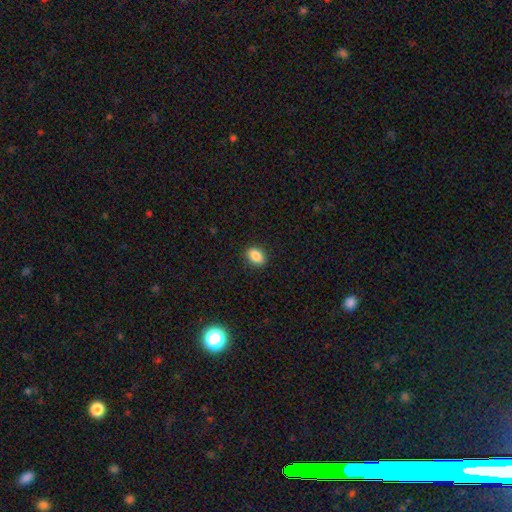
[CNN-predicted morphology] smooth_or_featured: smooth (p=0.87) [alt: star or artifact p=0.09]
how_rounded: in between (p=0.80) [alt: round p=0.18]
merging: none (p=0.89) [alt: minor disturbance p=0.08]